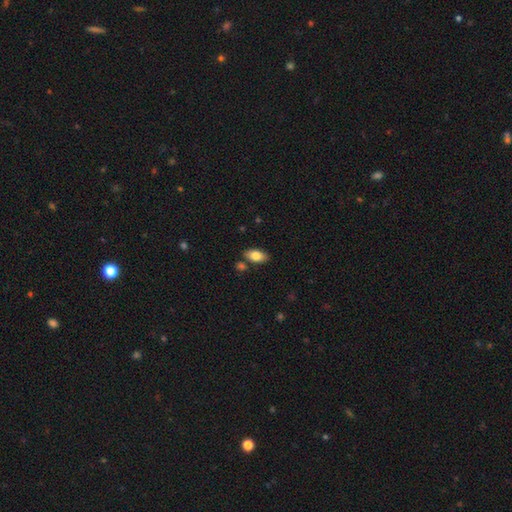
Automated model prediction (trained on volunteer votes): Overall: smooth (81%). How rounded: in between (92%). Merging: none (80%).